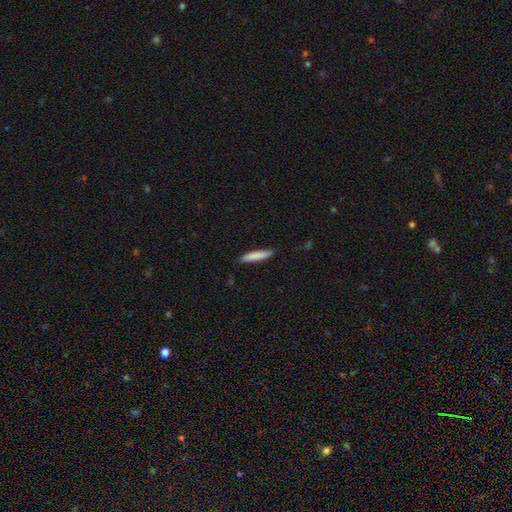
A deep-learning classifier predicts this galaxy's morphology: This is clearly a smooth galaxy (84%). How rounded: clearly cigar-shaped (86%). Merging: clearly none (84%).